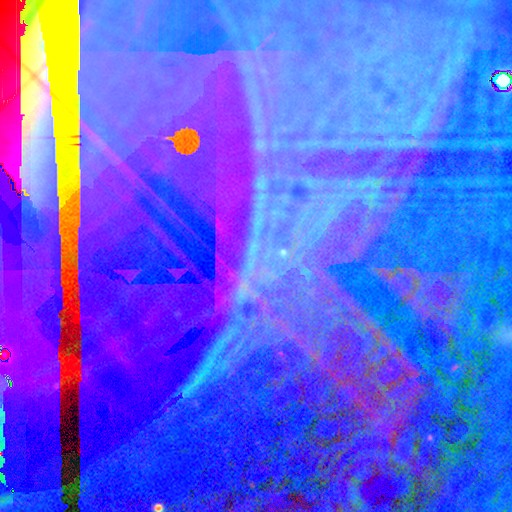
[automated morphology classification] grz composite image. It shows a star or artifact, not a galaxy (88%).